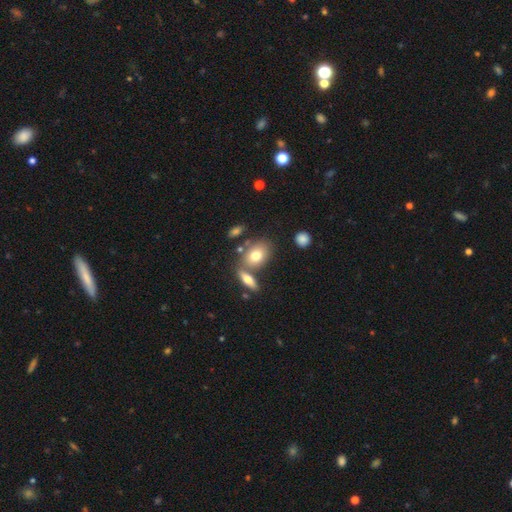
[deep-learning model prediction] Overall: smooth (73%). How rounded: in between (74%). Merging: none (60%; merger 23%).